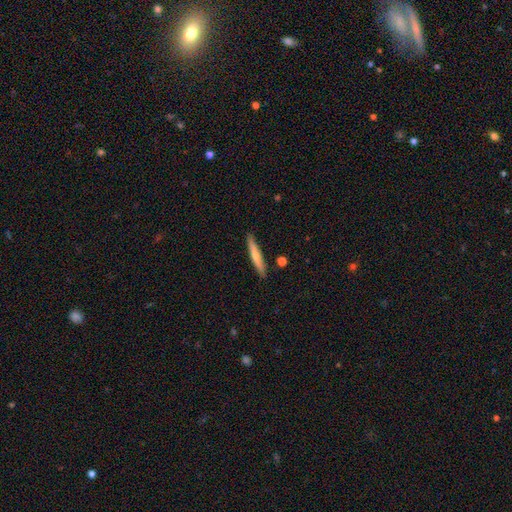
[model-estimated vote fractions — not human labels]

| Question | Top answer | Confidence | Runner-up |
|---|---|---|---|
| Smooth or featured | smooth | 62% | featured or disk (32%) |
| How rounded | cigar-shaped | 94% | in between (5%) |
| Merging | none | 89% | minor disturbance (8%) |